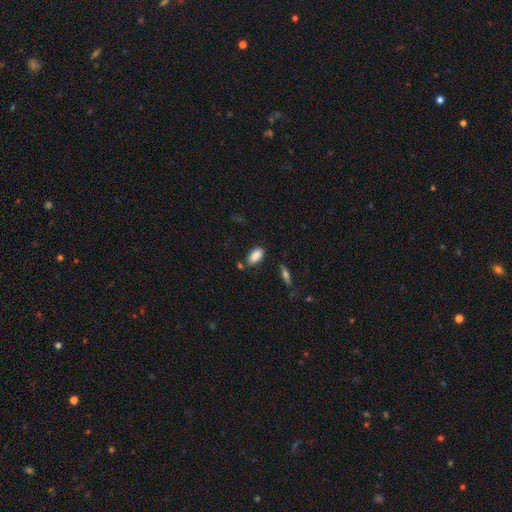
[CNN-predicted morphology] Smooth or featured? smooth (87%)
How rounded? in between (91%)
Merging? none (77%)